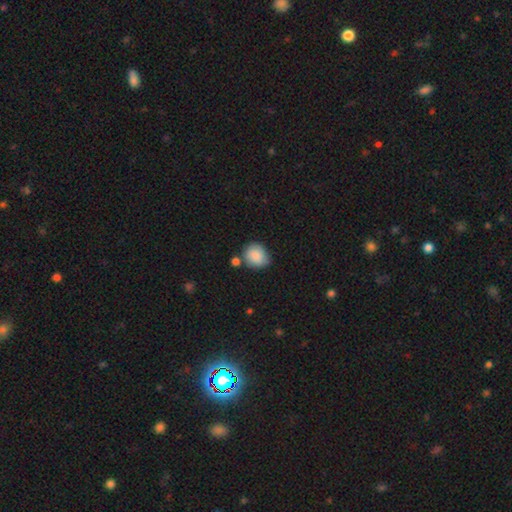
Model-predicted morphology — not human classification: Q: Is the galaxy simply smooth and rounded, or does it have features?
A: smooth — 85%.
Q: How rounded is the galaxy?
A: round — 71%.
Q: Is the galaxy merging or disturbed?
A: none — 63%.